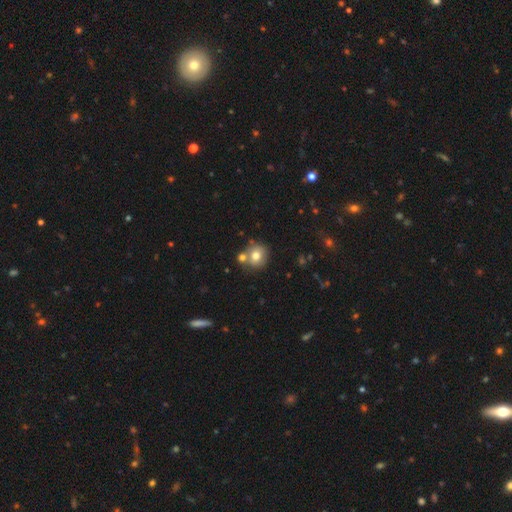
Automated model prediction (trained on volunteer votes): Overall: smooth (76%). How rounded: round (84%). Merging: none (62%; merger 25%).